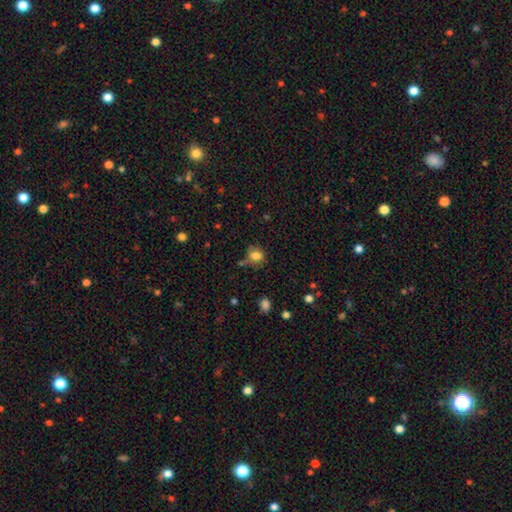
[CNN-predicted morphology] This is clearly a smooth galaxy (81%). How rounded: likely round (64%). Merging: likely none (62%).